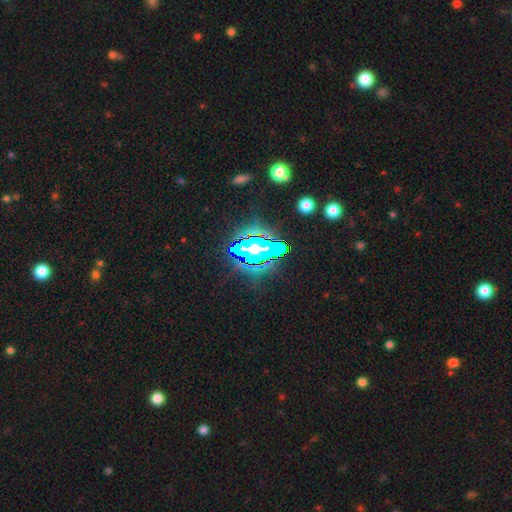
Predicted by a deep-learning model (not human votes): smooth-or-featured: star or artifact: 77% | smooth: 12% | featured or disk: 11%